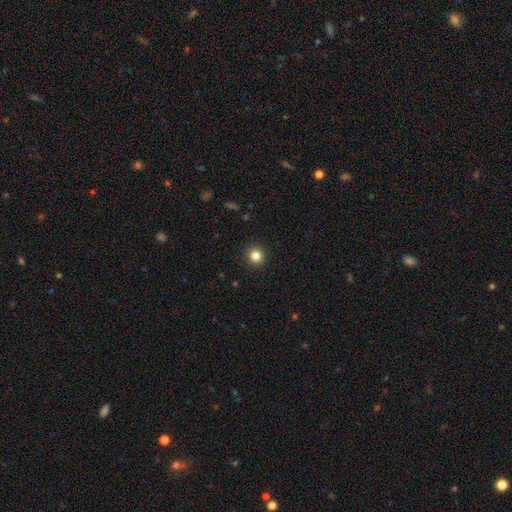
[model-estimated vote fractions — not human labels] smooth_or_featured: smooth (p=0.83) [alt: star or artifact p=0.12]
how_rounded: round (p=0.90) [alt: in between p=0.09]
merging: none (p=0.93) [alt: minor disturbance p=0.05]